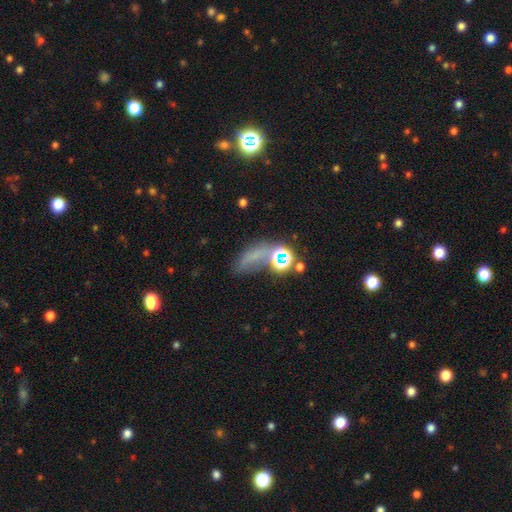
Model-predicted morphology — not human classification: Smooth or featured?
  - smooth: 44% *
  - star or artifact: 38%
  - featured or disk: 18%
Merging?
  - none: 40% *
  - major disturbance: 25%
  - minor disturbance: 19%
  - merger: 16%